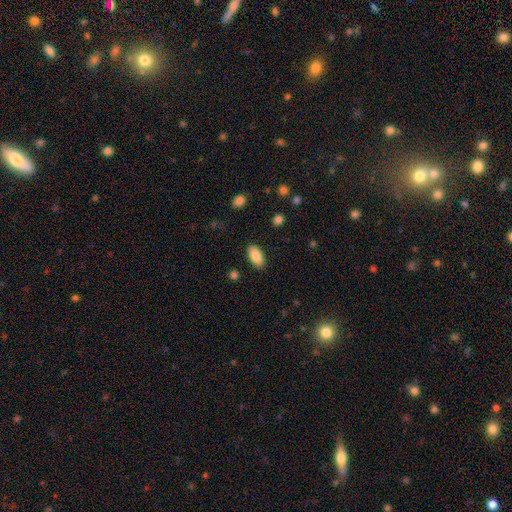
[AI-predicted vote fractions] smooth-or-featured: smooth: 86% | star or artifact: 7% | featured or disk: 7%
  how-rounded: in between: 92% | cigar-shaped: 6% | round: 3%
  merging: none: 87% | minor disturbance: 9% | major disturbance: 2% | merger: 1%